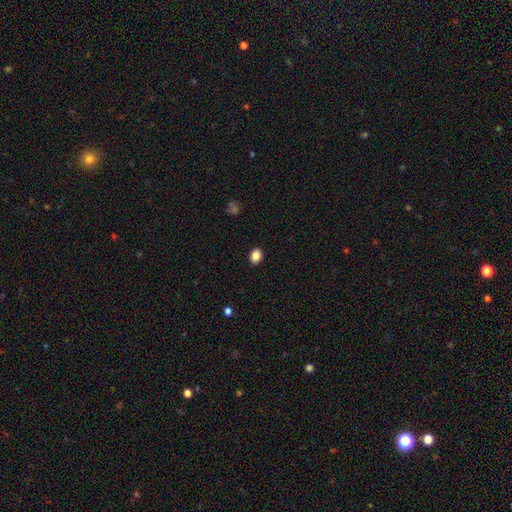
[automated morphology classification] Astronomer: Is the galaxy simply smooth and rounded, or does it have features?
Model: smooth — 87%.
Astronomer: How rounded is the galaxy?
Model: in between — 63%.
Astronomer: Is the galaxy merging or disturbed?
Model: none — 90%.